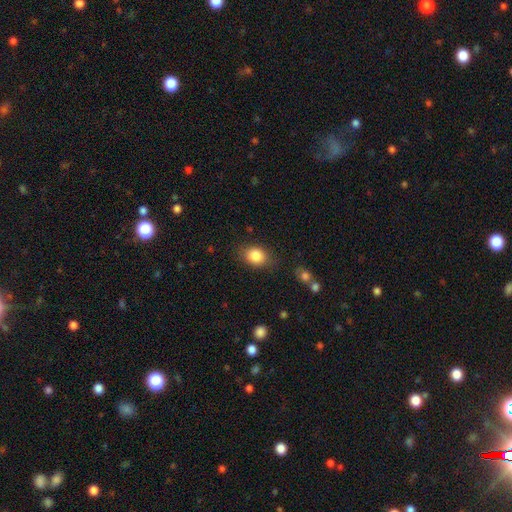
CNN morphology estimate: A smooth galaxy with no disk features (84%) that is in between round and cigar-shaped (60%).

Vote fractions:
- Smooth or featured? smooth: 84% / star or artifact: 9% / featured or disk: 7%
- How rounded? in between: 60% / round: 39% / cigar-shaped: 1%
- Merging? none: 80% / minor disturbance: 14% / major disturbance: 4% / merger: 2%